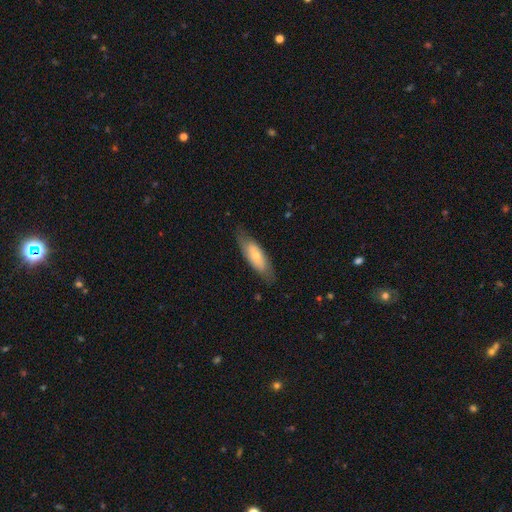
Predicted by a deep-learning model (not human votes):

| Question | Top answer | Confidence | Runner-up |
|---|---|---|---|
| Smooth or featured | smooth | 60% | featured or disk (34%) |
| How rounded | in between | 64% | cigar-shaped (34%) |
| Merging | none | 76% | minor disturbance (18%) |